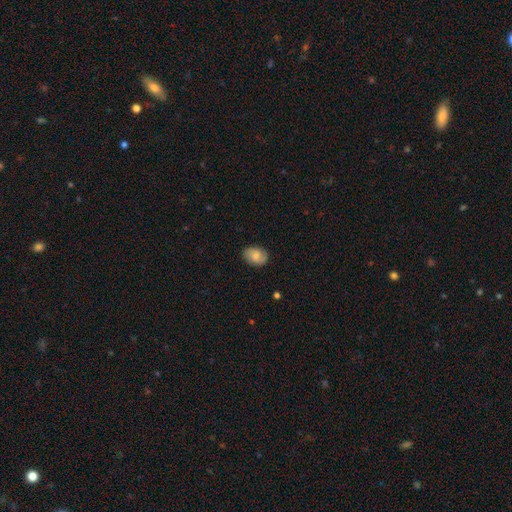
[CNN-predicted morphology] A smooth galaxy with no disk features (66%) that is in between round and cigar-shaped (74%).

Vote fractions:
- Smooth or featured? smooth: 66% / featured or disk: 26% / star or artifact: 8%
- How rounded? in between: 74% / round: 25% / cigar-shaped: 1%
- Merging? none: 81% / minor disturbance: 15% / major disturbance: 3% / merger: 1%